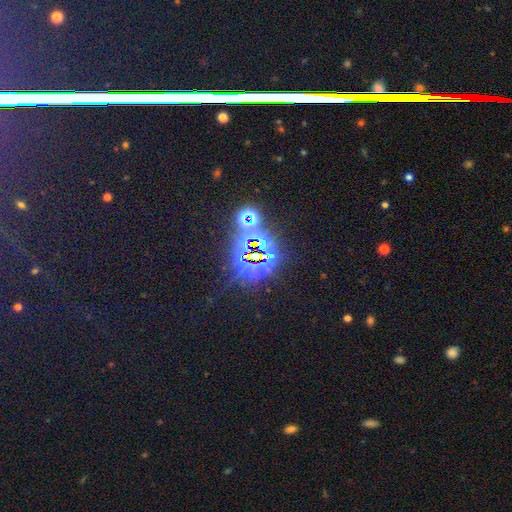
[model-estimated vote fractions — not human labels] Overall: star or artifact (80%).